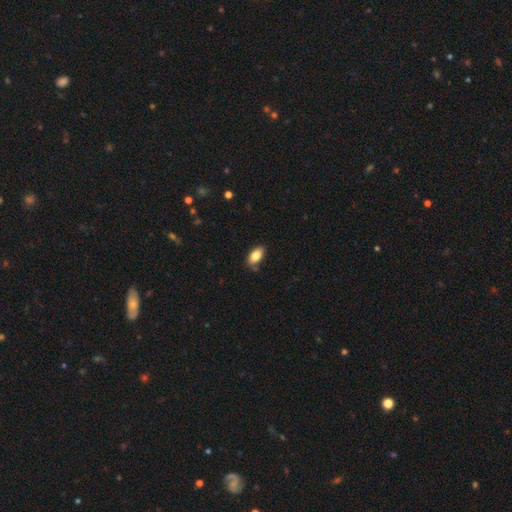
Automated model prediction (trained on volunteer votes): A smooth galaxy with no disk features (82%) that is in between round and cigar-shaped (92%).

Vote fractions:
- Smooth or featured? smooth: 82% / featured or disk: 10% / star or artifact: 7%
- How rounded? in between: 92% / round: 5% / cigar-shaped: 3%
- Merging? none: 77% / minor disturbance: 17% / merger: 3% / major disturbance: 3%